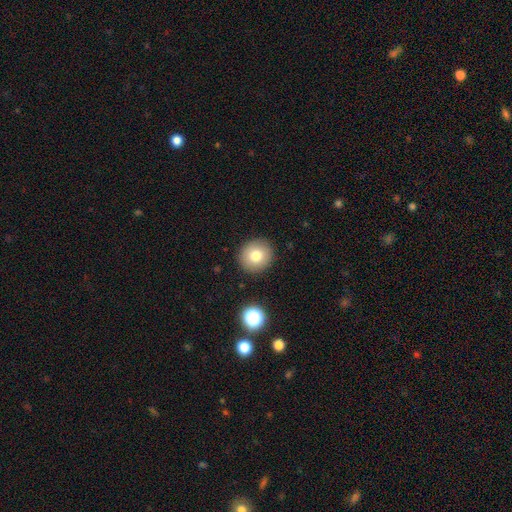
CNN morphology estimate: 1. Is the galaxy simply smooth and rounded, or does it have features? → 77% smooth, 12% featured or disk, 11% star or artifact.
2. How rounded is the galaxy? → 90% round, 9% in between, 1% cigar-shaped.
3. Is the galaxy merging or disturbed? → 90% none, 6% minor disturbance, 2% major disturbance, 2% merger.